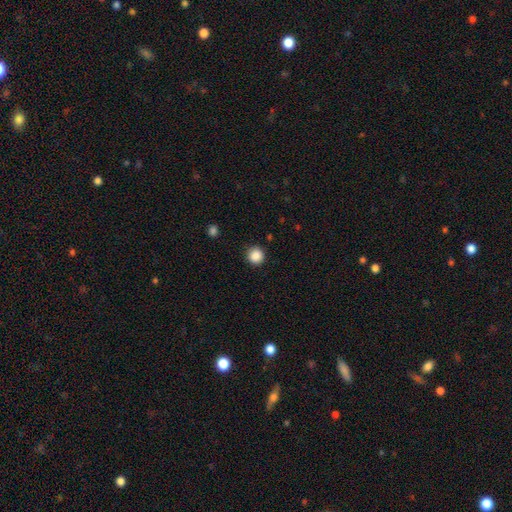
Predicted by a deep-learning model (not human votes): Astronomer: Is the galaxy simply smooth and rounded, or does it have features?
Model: smooth — 88%.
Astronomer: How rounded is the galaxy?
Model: round — 95%.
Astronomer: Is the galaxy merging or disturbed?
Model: none — 90%.